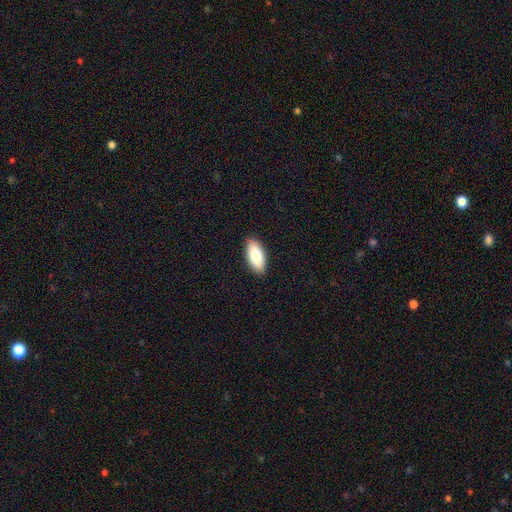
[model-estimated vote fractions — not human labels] smooth-or-featured: smooth: 83% | featured or disk: 11% | star or artifact: 6%
  how-rounded: in between: 90% | cigar-shaped: 8% | round: 2%
  merging: none: 90% | minor disturbance: 8% | major disturbance: 2% | merger: 1%